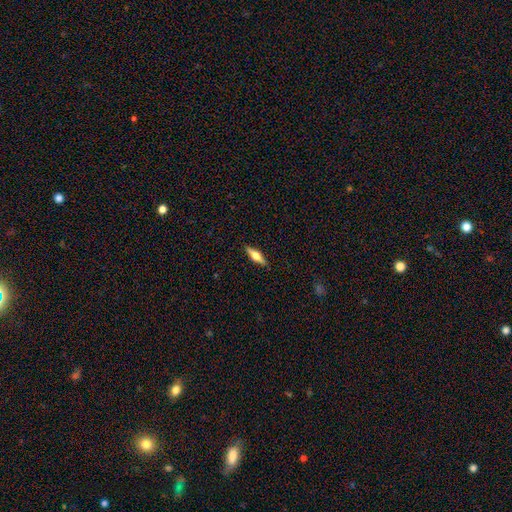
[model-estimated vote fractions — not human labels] This is possibly a featured or disk galaxy (55%). It is clearly viewed edge-on (95%). Edge-on bulge: clearly rounded (93%). Merging: clearly none (89%).